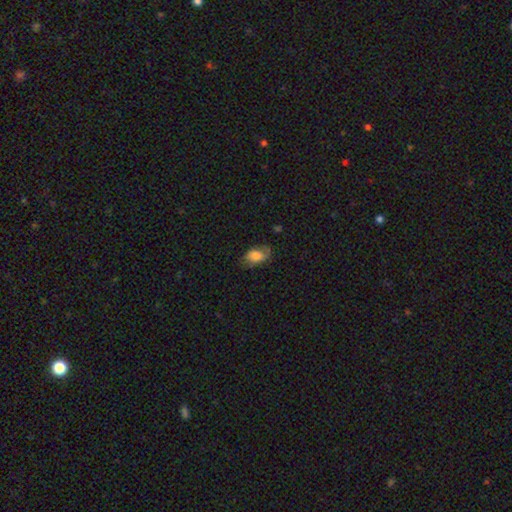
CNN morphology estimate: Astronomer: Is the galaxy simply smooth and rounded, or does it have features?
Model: smooth — 78%.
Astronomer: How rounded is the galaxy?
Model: in between — 87%.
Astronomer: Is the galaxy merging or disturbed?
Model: none — 63%.